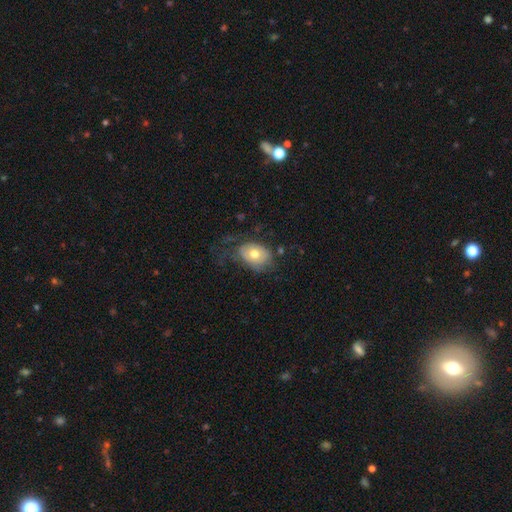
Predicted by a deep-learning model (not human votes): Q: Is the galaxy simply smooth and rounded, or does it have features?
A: smooth — 49%.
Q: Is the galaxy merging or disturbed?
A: none — 45%.